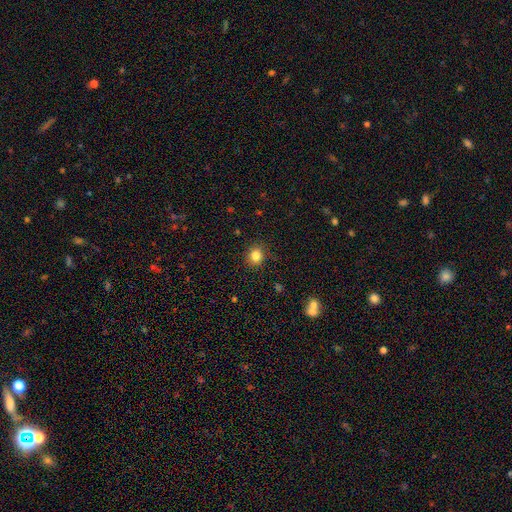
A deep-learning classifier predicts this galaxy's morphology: smooth-or-featured: smooth: 83% | star or artifact: 12% | featured or disk: 5%
  how-rounded: round: 76% | in between: 23% | cigar-shaped: 1%
  merging: none: 88% | minor disturbance: 9% | major disturbance: 2% | merger: 1%